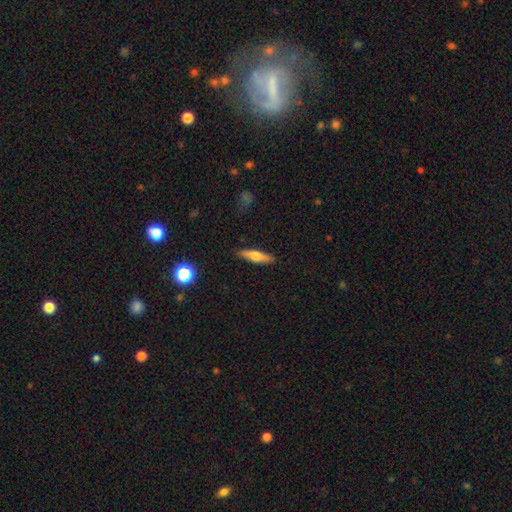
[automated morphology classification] smooth-or-featured: smooth: 57% | featured or disk: 36% | star or artifact: 7%
  how-rounded: cigar-shaped: 76% | in between: 22% | round: 2%
  merging: none: 89% | minor disturbance: 8% | major disturbance: 2% | merger: 1%